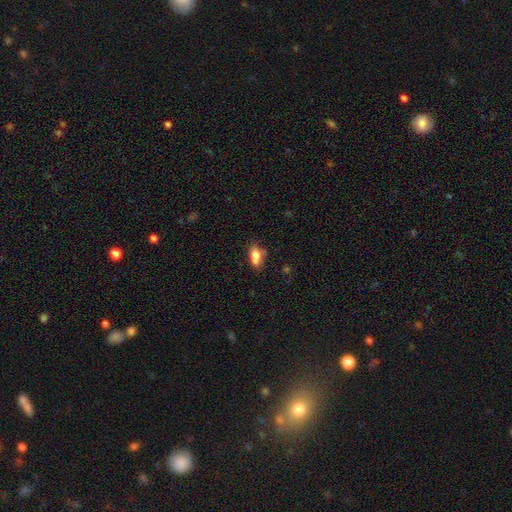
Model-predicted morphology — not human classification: Smooth or featured: smooth — 75% (featured or disk — 15%)
How rounded: in between — 81% (round — 11%)
Merging: none — 46% (merger — 25%)